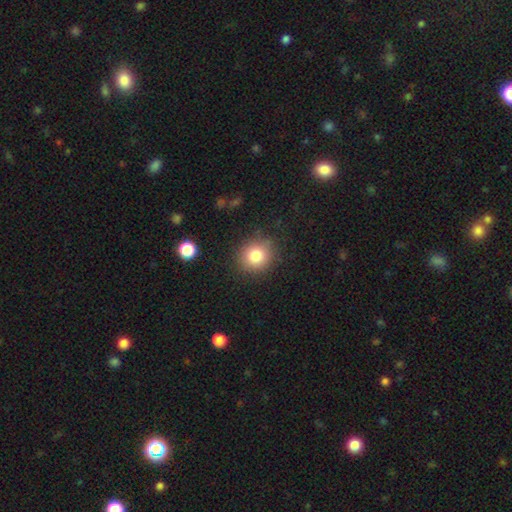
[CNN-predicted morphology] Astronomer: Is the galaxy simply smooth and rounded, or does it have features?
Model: smooth — 81%.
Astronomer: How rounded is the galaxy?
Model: round — 84%.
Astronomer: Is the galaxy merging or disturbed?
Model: none — 86%.